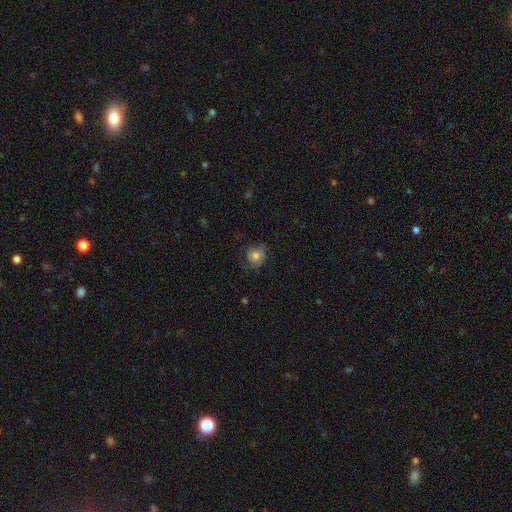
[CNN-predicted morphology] smooth-or-featured: smooth: 68% | featured or disk: 23% | star or artifact: 10%
  how-rounded: round: 73% | in between: 26% | cigar-shaped: 1%
  merging: none: 65% | minor disturbance: 24% | major disturbance: 10% | merger: 1%